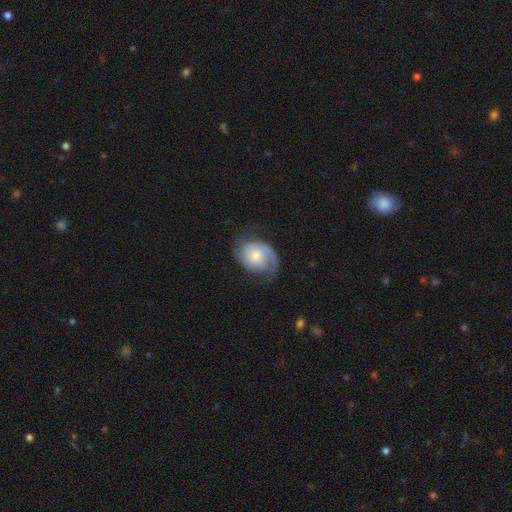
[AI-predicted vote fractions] Morphology: type=featured or disk (74%); edge-on=no (97%); bar=no (73%); spiral arms=yes (94%); winding=tight (46%); arm count=2 (50%); bulge=moderate (48%); merging=none (61%).